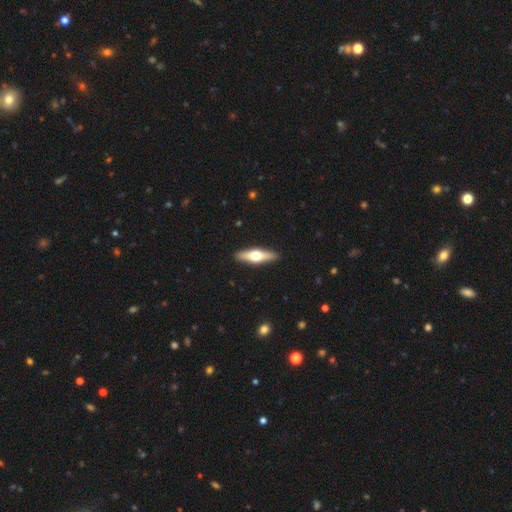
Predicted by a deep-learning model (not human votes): Q: Smooth or featured?
A: featured or disk (59%); runner-up: smooth (36%)
Q: Edge-on disk?
A: yes (95%); runner-up: no (5%)
Q: Edge-on bulge?
A: rounded (96%); runner-up: boxy (2%)
Q: Merging?
A: none (91%); runner-up: minor disturbance (6%)